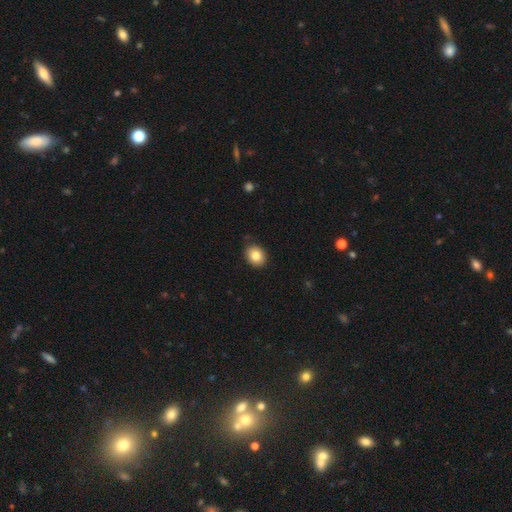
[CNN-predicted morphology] Smooth or featured?
  - smooth: 83% *
  - star or artifact: 9%
  - featured or disk: 7%
How rounded?
  - round: 58% *
  - in between: 42%
  - cigar-shaped: 1%
Merging?
  - none: 88% *
  - minor disturbance: 9%
  - major disturbance: 2%
  - merger: 1%